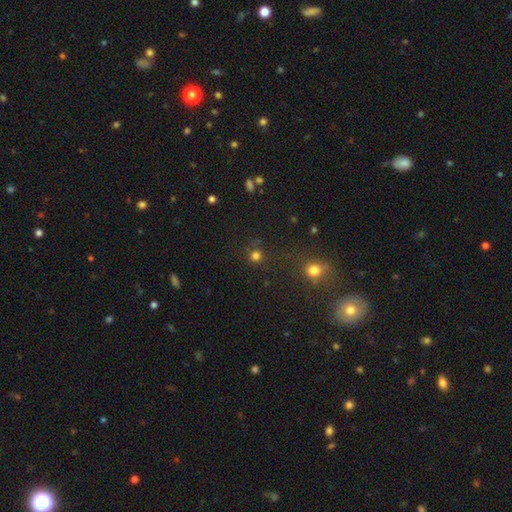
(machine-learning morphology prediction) Q: Smooth or featured?
A: smooth (74%); runner-up: star or artifact (21%)
Q: How rounded?
A: round (92%); runner-up: in between (7%)
Q: Merging?
A: none (80%); runner-up: minor disturbance (9%)